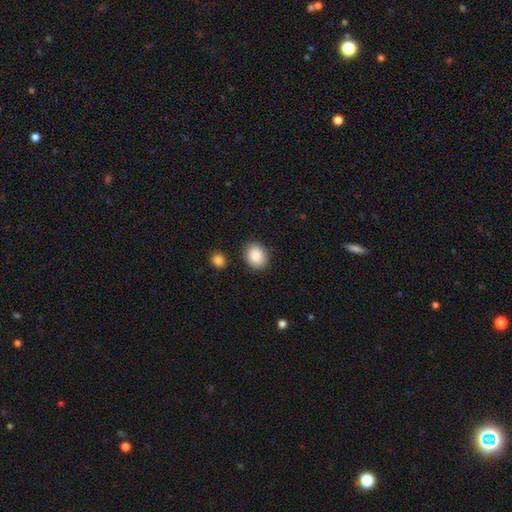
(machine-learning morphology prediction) The model was most divided on "how rounded": in between: 55%, round: 44%, cigar-shaped: 1%. More confident: smooth or featured — smooth (89%); merging — none (86%).